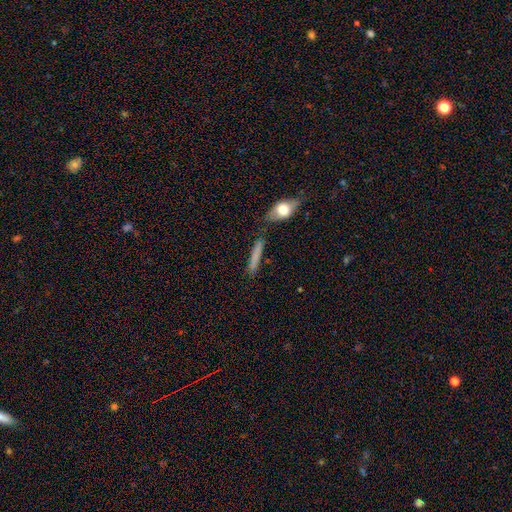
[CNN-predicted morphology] smooth-or-featured: smooth: 69% | featured or disk: 23% | star or artifact: 8%
  how-rounded: cigar-shaped: 89% | in between: 8% | round: 2%
  merging: none: 75% | minor disturbance: 13% | merger: 7% | major disturbance: 4%